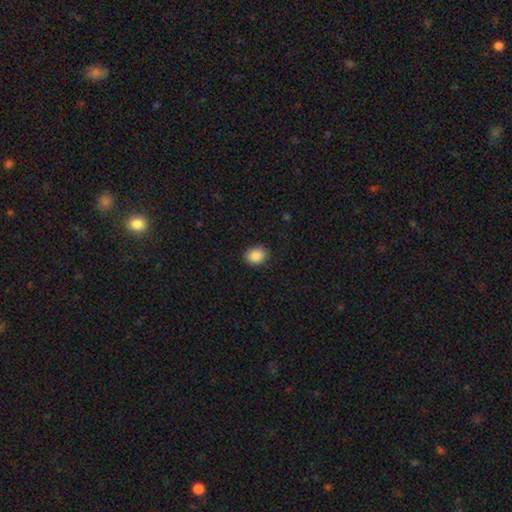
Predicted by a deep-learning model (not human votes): The model was most divided on "how rounded": round: 50%, in between: 49%, cigar-shaped: 1%. More confident: merging — none (89%); smooth or featured — smooth (88%).